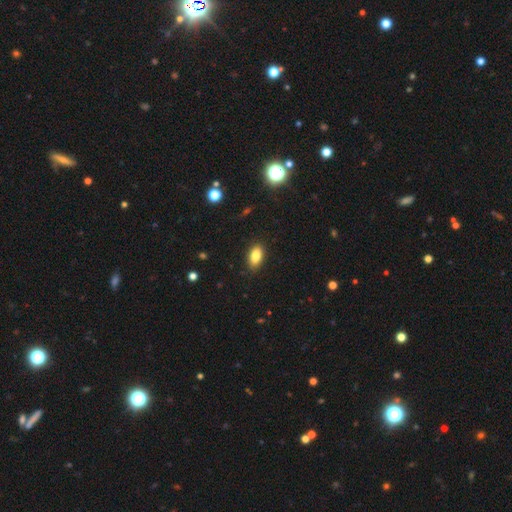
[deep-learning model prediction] A smooth galaxy with no disk features (85%) that is in between round and cigar-shaped (90%).

Vote fractions:
- Smooth or featured? smooth: 85% / star or artifact: 9% / featured or disk: 7%
- How rounded? in between: 90% / round: 5% / cigar-shaped: 5%
- Merging? none: 87% / minor disturbance: 10% / major disturbance: 2% / merger: 1%